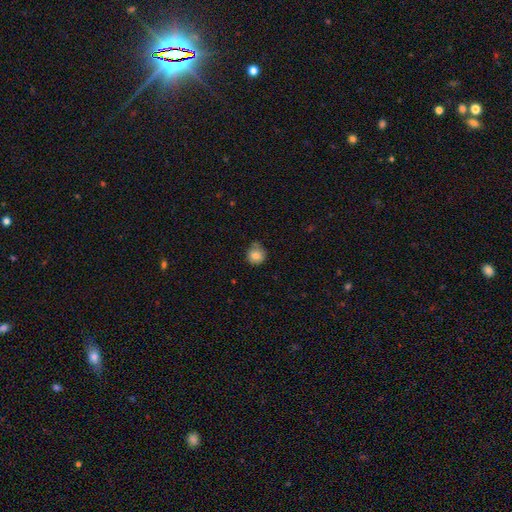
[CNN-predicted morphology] Smooth or featured? Predicted: smooth (p=0.79). How rounded? Predicted: round (p=0.89). Merging? Predicted: none (p=0.73).